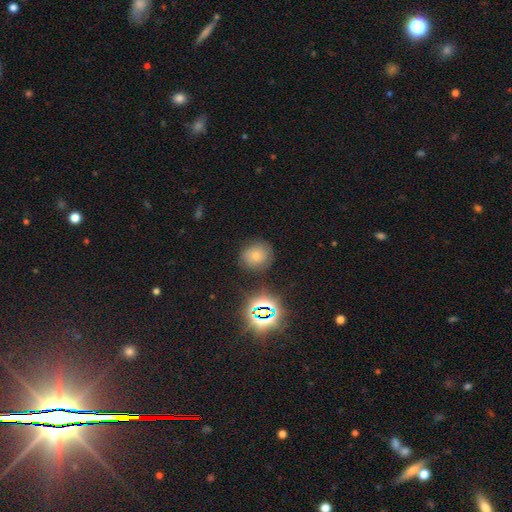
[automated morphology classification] Overall: smooth (57%; star or artifact 21%). How rounded: round (81%). Merging: none (77%).